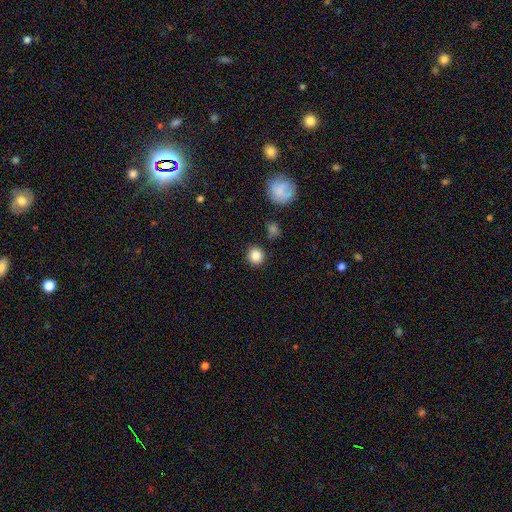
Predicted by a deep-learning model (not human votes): This is clearly a smooth galaxy (86%). How rounded: clearly round (90%). Merging: clearly none (88%).